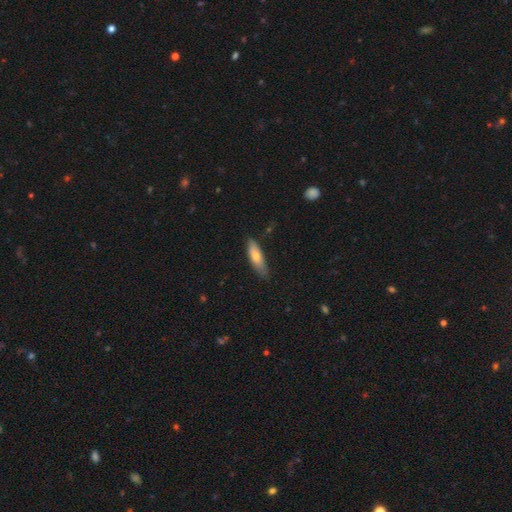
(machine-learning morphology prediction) The model was most divided on "how rounded": in between: 50%, cigar-shaped: 48%, round: 2%. More confident: merging — none (76%); smooth or featured — smooth (70%).